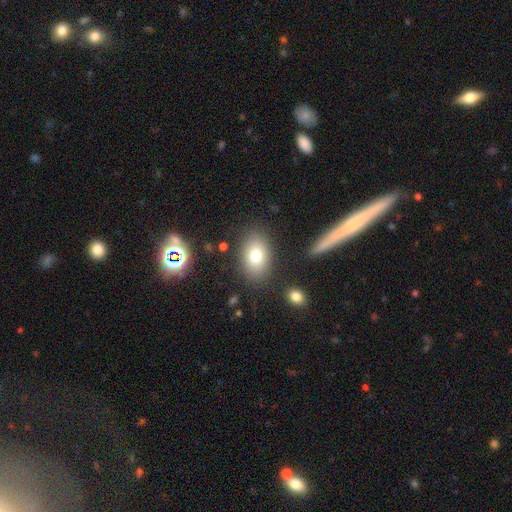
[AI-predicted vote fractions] Smooth or featured? Predicted: smooth (p=0.77). How rounded? Predicted: in between (p=0.82). Merging? Predicted: none (p=0.83).